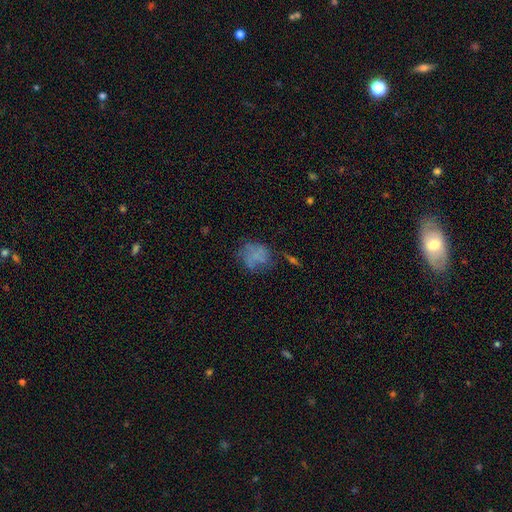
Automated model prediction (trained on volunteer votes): smooth-or-featured: smooth: 49% | featured or disk: 36% | star or artifact: 15%
  merging: none: 47% | minor disturbance: 23% | major disturbance: 23% | merger: 6%